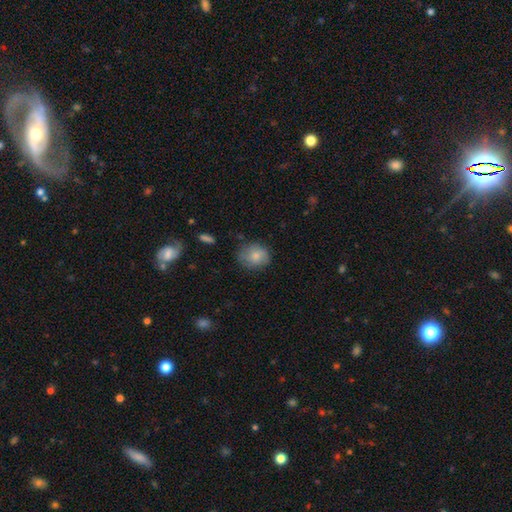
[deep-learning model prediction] Smooth or featured: smooth — 74% (featured or disk — 19%)
How rounded: round — 69% (in between — 30%)
Merging: none — 71% (minor disturbance — 22%)